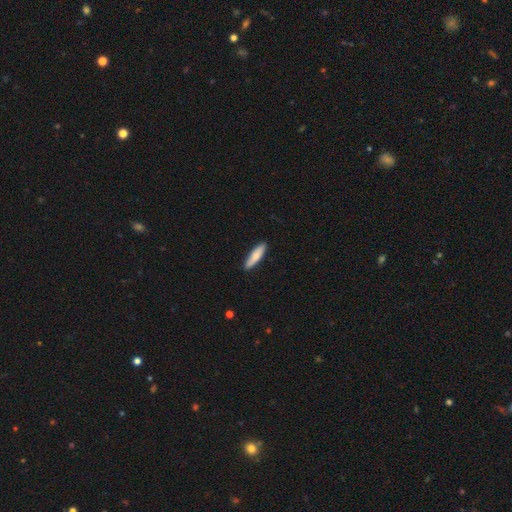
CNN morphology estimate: smooth 75%, featured or disk 20%, star or artifact 5%. Down the decision tree: how rounded — cigar-shaped (76%); merging — none (88%).